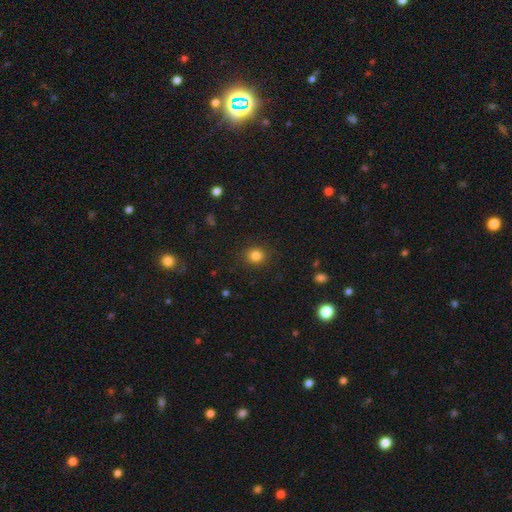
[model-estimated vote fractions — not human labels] A smooth galaxy with no disk features (84%) that is round (83%).

Vote fractions:
- Smooth or featured? smooth: 84% / star or artifact: 12% / featured or disk: 4%
- How rounded? round: 83% / in between: 16% / cigar-shaped: 1%
- Merging? none: 89% / minor disturbance: 7% / major disturbance: 3% / merger: 1%